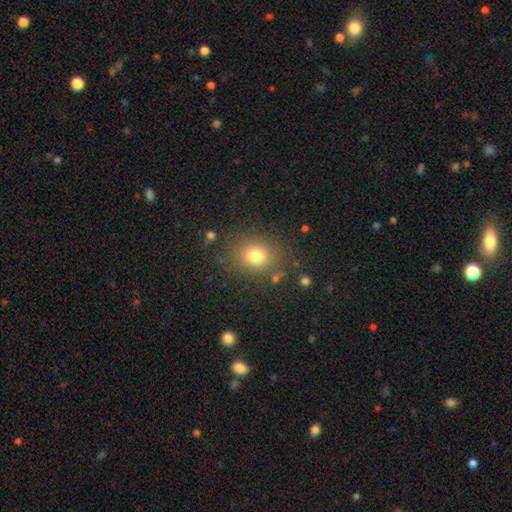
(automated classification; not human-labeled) A smooth galaxy with no disk features (77%) that is round (65%). Merging: none (82%).